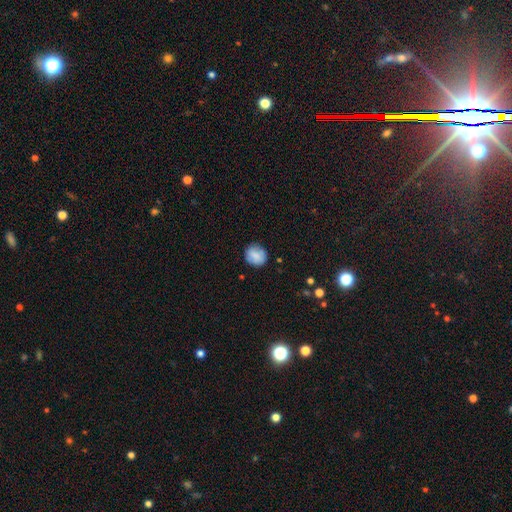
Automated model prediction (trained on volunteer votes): A smooth galaxy with no disk features (79%) that is round (78%).

Vote fractions:
- Smooth or featured? smooth: 79% / featured or disk: 12% / star or artifact: 8%
- How rounded? round: 78% / in between: 21% / cigar-shaped: 1%
- Merging? none: 80% / minor disturbance: 15% / major disturbance: 4% / merger: 1%